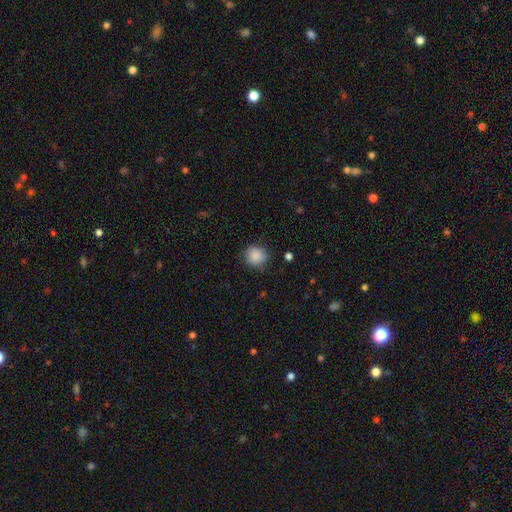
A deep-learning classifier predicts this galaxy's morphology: Q: Smooth or featured?
A: smooth (88%); runner-up: star or artifact (9%)
Q: How rounded?
A: round (88%); runner-up: in between (11%)
Q: Merging?
A: none (86%); runner-up: minor disturbance (10%)